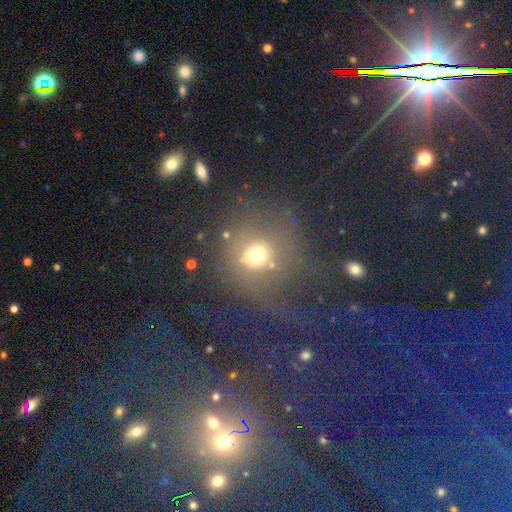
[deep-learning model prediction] Smooth or featured? Predicted: smooth (p=0.47). Merging? Predicted: none (p=0.57).